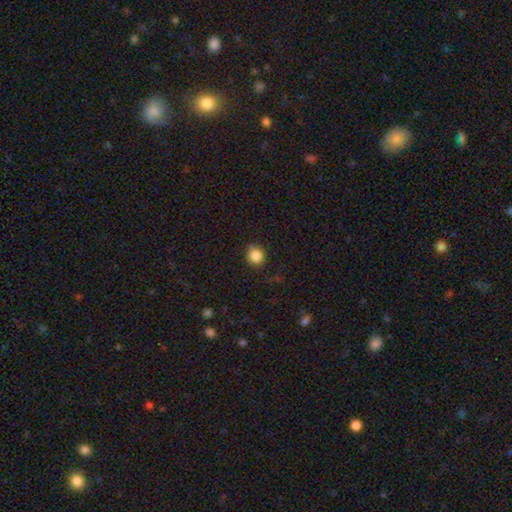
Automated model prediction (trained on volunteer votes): Morphology: type=smooth (85%); roundness=round (90%); merging=none (78%).